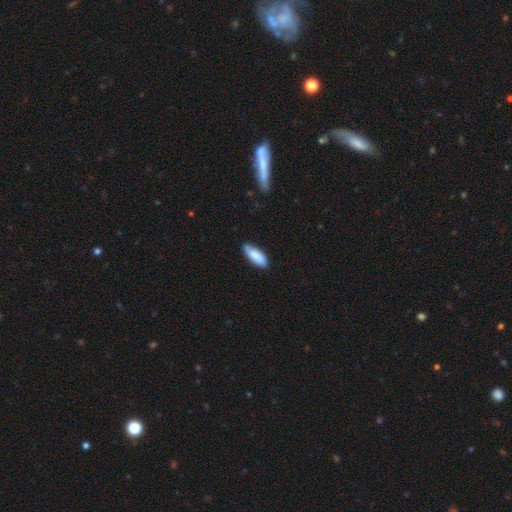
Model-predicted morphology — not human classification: A smooth galaxy with no disk features (84%) that is in between round and cigar-shaped (75%). Merging: none (77%).